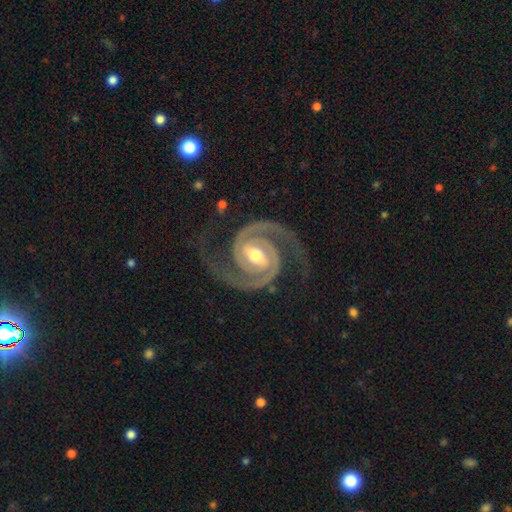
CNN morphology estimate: type=featured or disk (95%); edge-on=no (98%); bar=weak (41%); spiral arms=yes (99%); winding=medium (48%); arm count=2 (95%); bulge=moderate (76%); merging=none (82%).